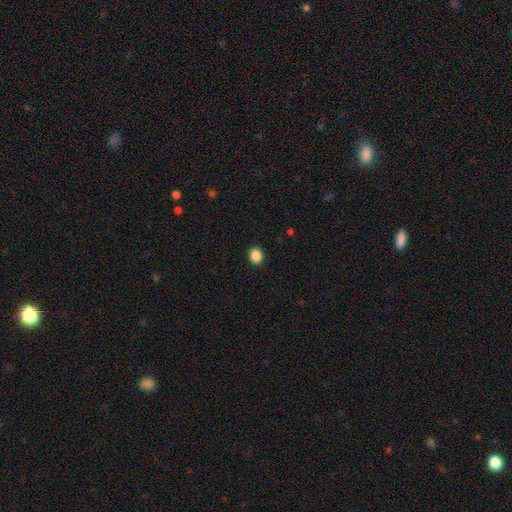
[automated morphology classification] Q: Smooth or featured?
A: smooth (88%); runner-up: star or artifact (9%)
Q: How rounded?
A: in between (50%); runner-up: round (49%)
Q: Merging?
A: none (91%); runner-up: minor disturbance (6%)